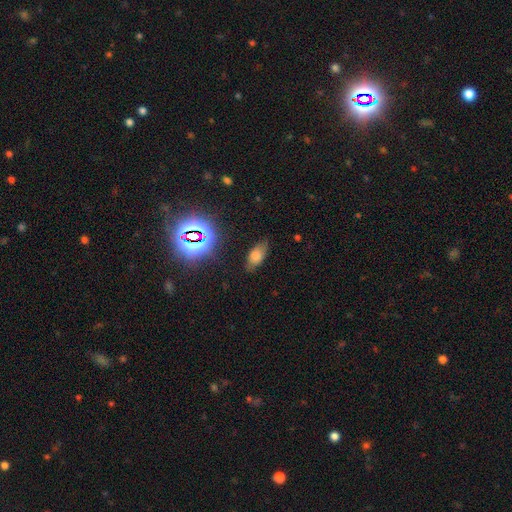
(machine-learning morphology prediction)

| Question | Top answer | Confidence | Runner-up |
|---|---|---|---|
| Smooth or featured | smooth | 68% | star or artifact (16%) |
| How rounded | in between | 87% | cigar-shaped (7%) |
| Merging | none | 79% | minor disturbance (15%) |